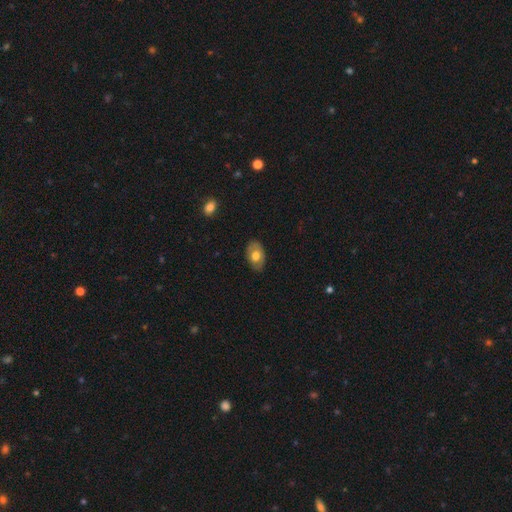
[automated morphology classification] Smooth or featured? smooth (65%)
How rounded? in between (88%)
Merging? none (81%)